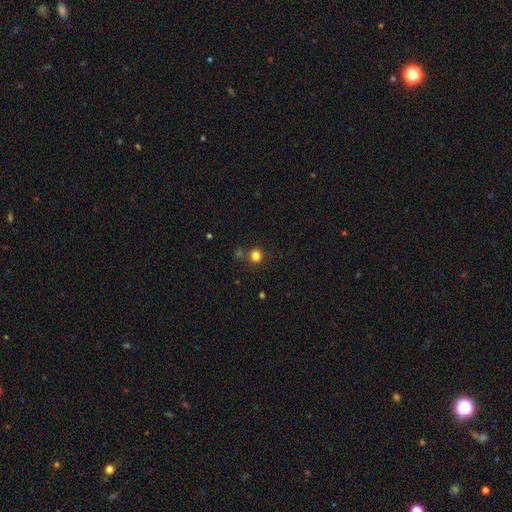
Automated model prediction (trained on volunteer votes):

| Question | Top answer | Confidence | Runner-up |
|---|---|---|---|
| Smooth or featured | smooth | 81% | star or artifact (14%) |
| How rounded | round | 86% | in between (13%) |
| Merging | none | 78% | minor disturbance (9%) |